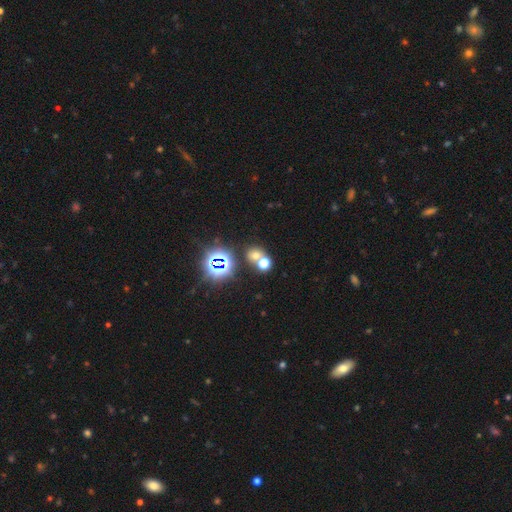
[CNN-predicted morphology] Smooth or featured?
  - smooth: 54% *
  - star or artifact: 35%
  - featured or disk: 11%
How rounded?
  - round: 72% *
  - in between: 27%
  - cigar-shaped: 1%
Merging?
  - none: 50% *
  - merger: 40%
  - minor disturbance: 7%
  - major disturbance: 4%